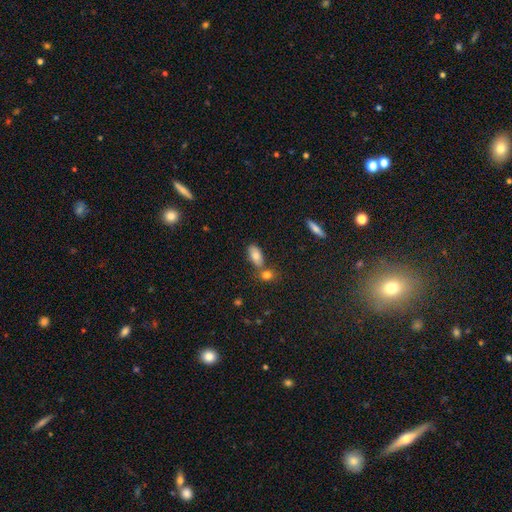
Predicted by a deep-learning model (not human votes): Smooth or featured? Predicted: smooth (p=0.79). How rounded? Predicted: in between (p=0.87). Merging? Predicted: none (p=0.55).